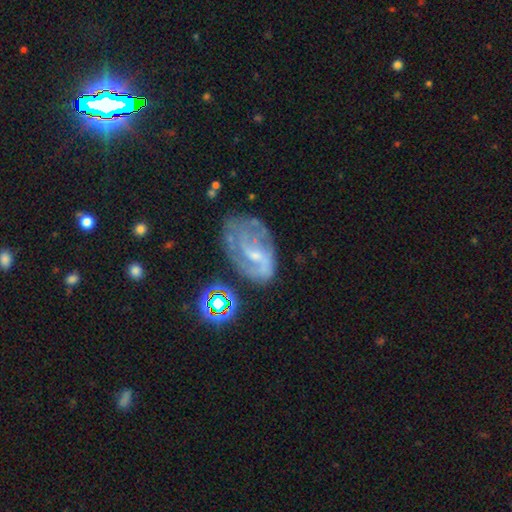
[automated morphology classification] Smooth or featured: featured or disk — 72% (smooth — 18%)
Edge-on disk: no — 96% (yes — 4%)
Bar: weak — 48% (no — 39%)
Spiral arms: yes — 77% (no — 23%)
Spiral winding: medium — 40% (loose — 30%)
Spiral arm count: 2 — 40% (can't tell — 37%)
Bulge size: small — 63% (moderate — 22%)
Merging: none — 50% (minor disturbance — 26%)